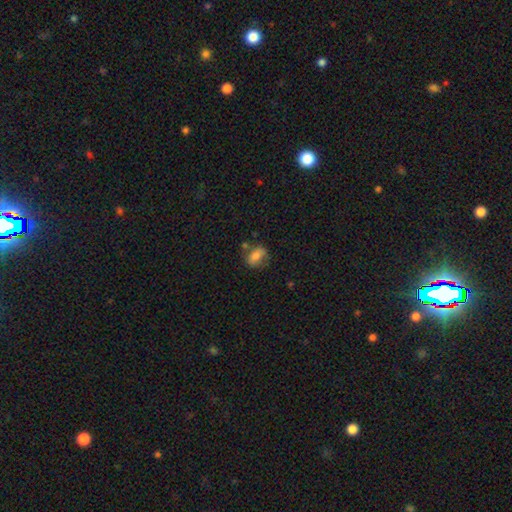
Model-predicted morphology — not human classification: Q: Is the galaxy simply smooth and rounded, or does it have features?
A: smooth — 73%.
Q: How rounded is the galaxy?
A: in between — 73%.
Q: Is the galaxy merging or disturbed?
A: none — 59%.